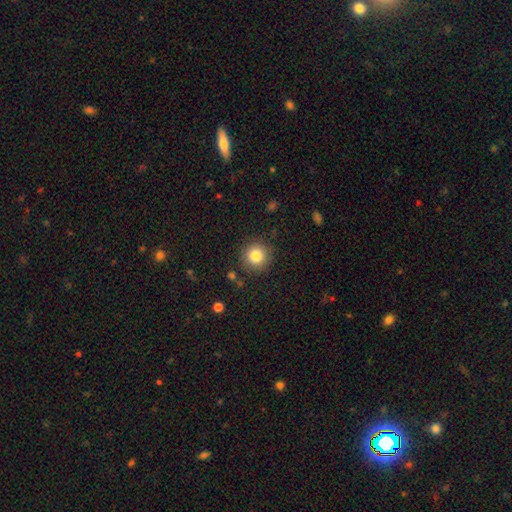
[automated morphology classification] Smooth or featured? smooth (83%)
How rounded? round (95%)
Merging? none (88%)